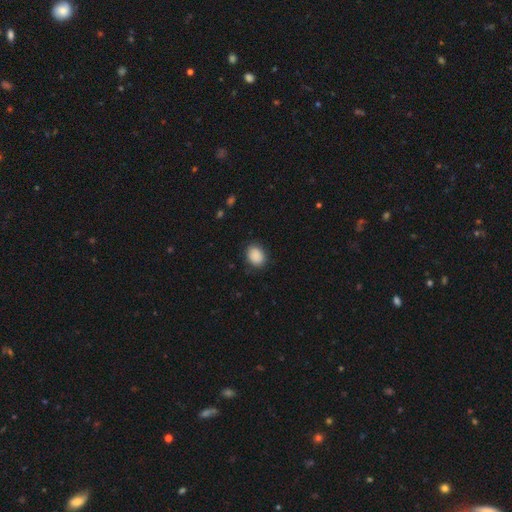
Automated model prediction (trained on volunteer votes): A smooth galaxy with no disk features (89%) that is in between round and cigar-shaped (56%).

Vote fractions:
- Smooth or featured? smooth: 89% / star or artifact: 8% / featured or disk: 3%
- How rounded? in between: 56% / round: 43% / cigar-shaped: 1%
- Merging? none: 85% / minor disturbance: 11% / major disturbance: 3% / merger: 1%